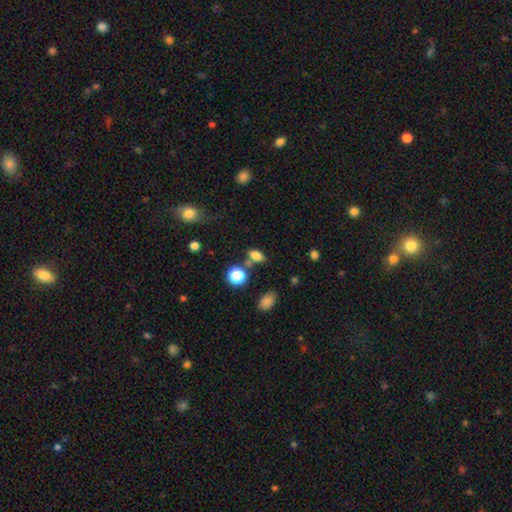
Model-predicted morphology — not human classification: This is likely a smooth galaxy (77%). How rounded: clearly in between (80%). Merging: likely none (64%).